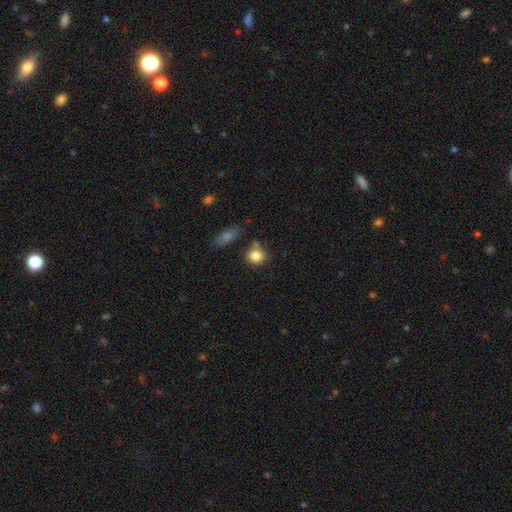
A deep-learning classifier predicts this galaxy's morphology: Smooth or featured?
  - smooth: 83% *
  - star or artifact: 9%
  - featured or disk: 8%
How rounded?
  - round: 84% *
  - in between: 14%
  - cigar-shaped: 1%
Merging?
  - none: 69% *
  - minor disturbance: 16%
  - merger: 11%
  - major disturbance: 4%